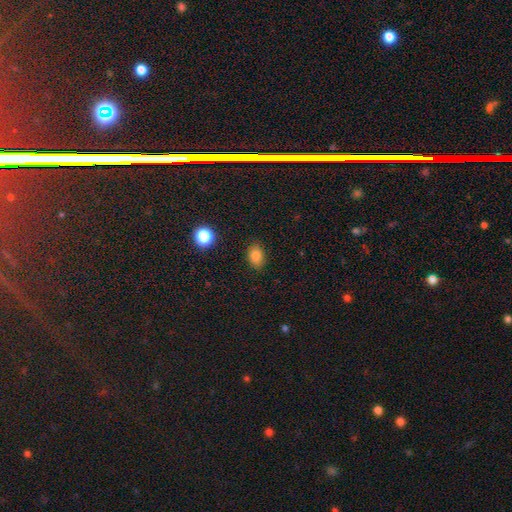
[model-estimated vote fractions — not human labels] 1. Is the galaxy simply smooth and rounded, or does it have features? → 80% smooth, 12% star or artifact, 8% featured or disk.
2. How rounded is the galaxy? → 76% in between, 23% round, 1% cigar-shaped.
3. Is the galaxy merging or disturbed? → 87% none, 10% minor disturbance, 2% major disturbance, 1% merger.